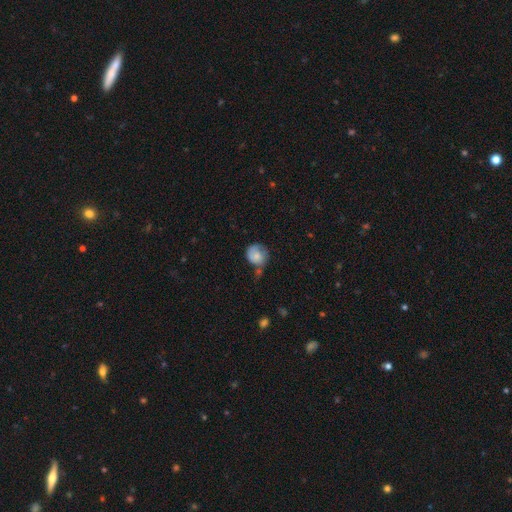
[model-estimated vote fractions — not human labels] A smooth galaxy with no disk features (73%) that is round (81%). Merging: none (42%).